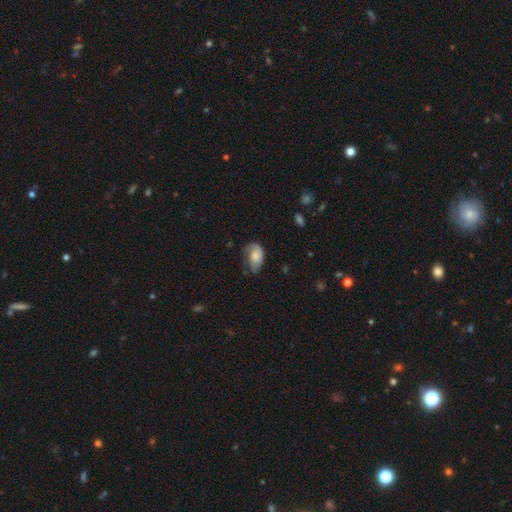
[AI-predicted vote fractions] Smooth or featured?
  - smooth: 50% *
  - featured or disk: 43%
  - star or artifact: 7%
Merging?
  - none: 40% *
  - minor disturbance: 34%
  - major disturbance: 24%
  - merger: 2%